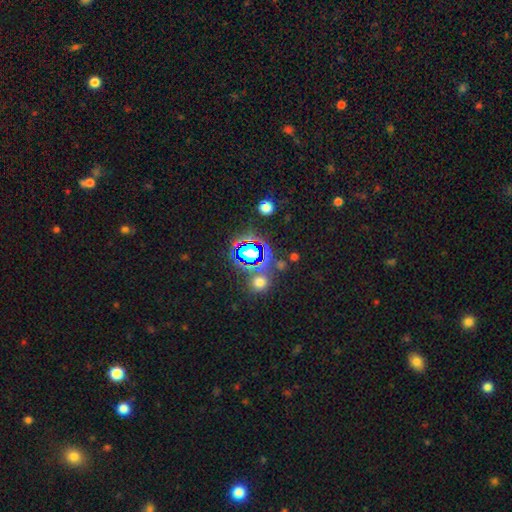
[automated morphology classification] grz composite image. It shows a star or artifact, not a galaxy (77%).